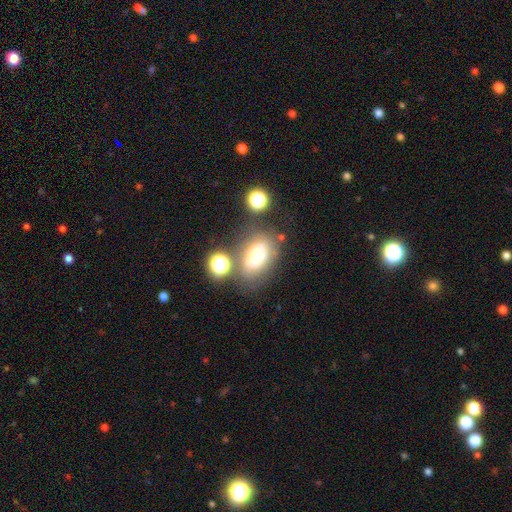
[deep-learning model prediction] A smooth galaxy with no disk features (64%) that is in between round and cigar-shaped (81%).

Vote fractions:
- Smooth or featured? smooth: 64% / featured or disk: 22% / star or artifact: 14%
- How rounded? in between: 81% / round: 17% / cigar-shaped: 2%
- Merging? none: 60% / minor disturbance: 20% / merger: 11% / major disturbance: 10%